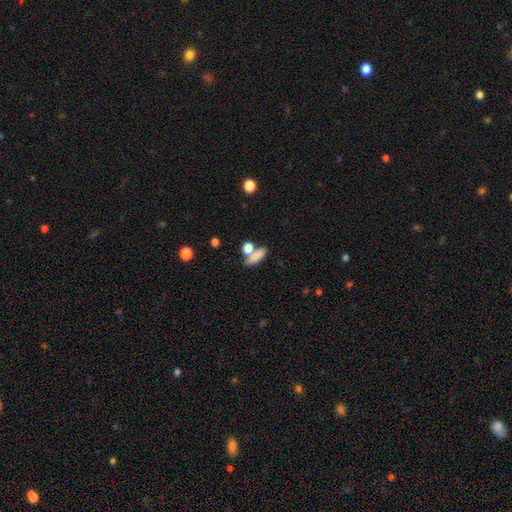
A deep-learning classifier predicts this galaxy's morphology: Smooth or featured?
  - smooth: 80% *
  - featured or disk: 12%
  - star or artifact: 9%
How rounded?
  - in between: 57% *
  - cigar-shaped: 30%
  - round: 13%
Merging?
  - none: 50% *
  - merger: 32%
  - minor disturbance: 12%
  - major disturbance: 5%